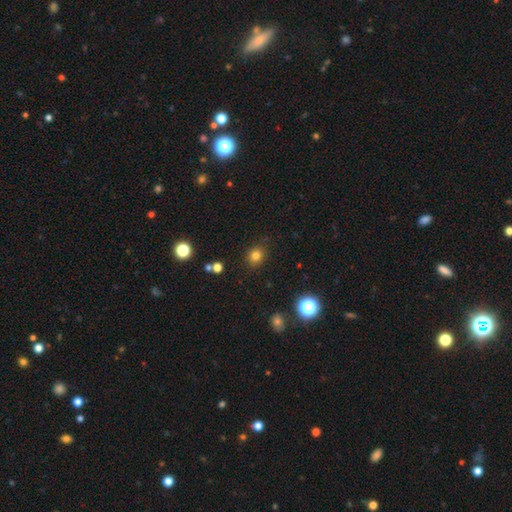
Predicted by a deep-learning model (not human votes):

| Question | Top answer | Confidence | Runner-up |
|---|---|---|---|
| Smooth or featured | smooth | 79% | star or artifact (15%) |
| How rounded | round | 78% | in between (21%) |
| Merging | none | 87% | minor disturbance (9%) |